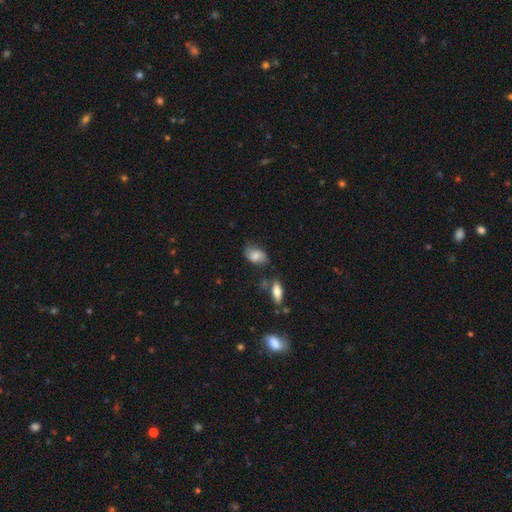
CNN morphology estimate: The model was most divided on "merging": none: 62%, minor disturbance: 25%, major disturbance: 6%, merger: 6%. More confident: how rounded — in between (89%); smooth or featured — smooth (77%).